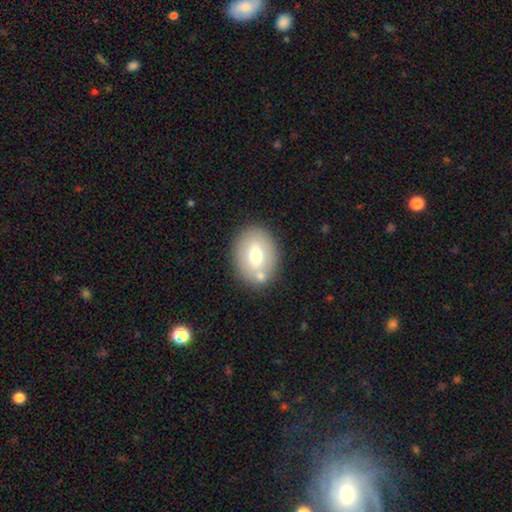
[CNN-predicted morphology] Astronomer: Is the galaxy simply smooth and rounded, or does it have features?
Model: smooth — 65%.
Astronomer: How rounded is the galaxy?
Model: in between — 66%.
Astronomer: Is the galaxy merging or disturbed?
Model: none — 74%.